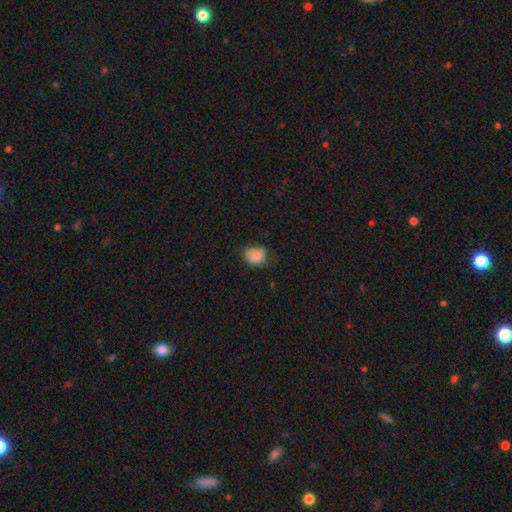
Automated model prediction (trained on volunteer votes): smooth-or-featured: smooth: 82% | star or artifact: 9% | featured or disk: 9%
  how-rounded: in between: 57% | round: 42% | cigar-shaped: 1%
  merging: none: 47% | minor disturbance: 38% | major disturbance: 13% | merger: 2%